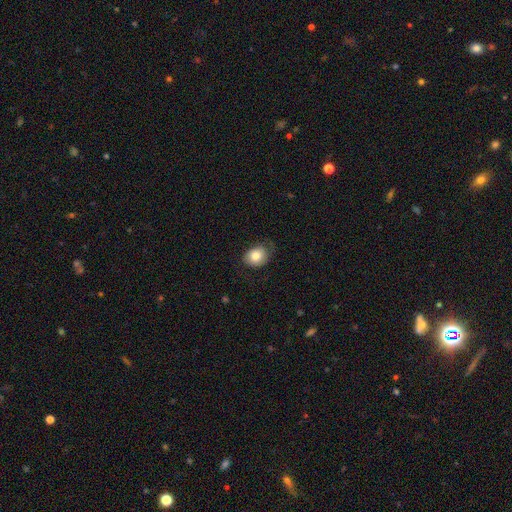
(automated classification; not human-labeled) A smooth galaxy with no disk features (76%) that is in between round and cigar-shaped (53%). Merging: none (61%).